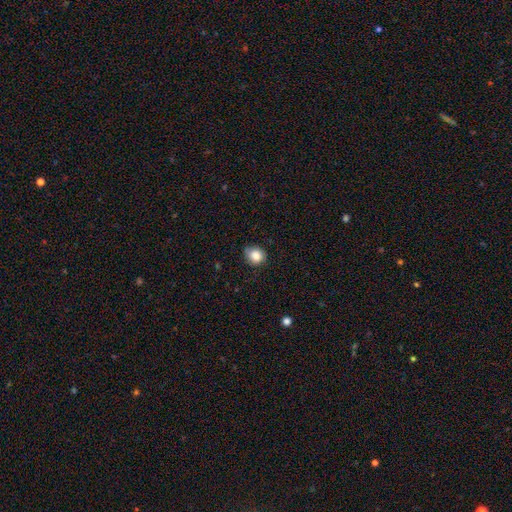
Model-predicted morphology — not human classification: Smooth or featured: smooth — 84% (star or artifact — 9%)
How rounded: round — 74% (in between — 25%)
Merging: none — 71% (minor disturbance — 24%)